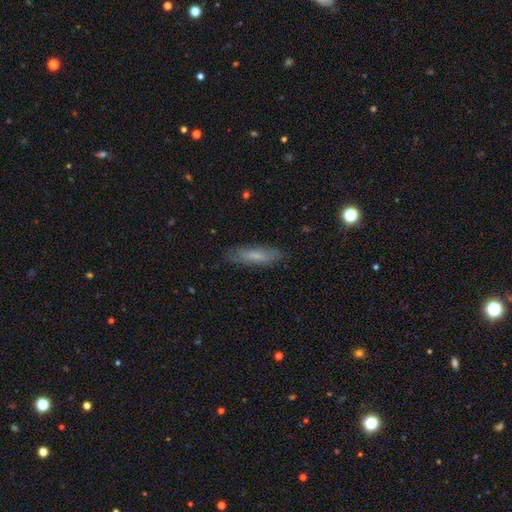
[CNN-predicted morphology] Q: Smooth or featured?
A: smooth (68%); runner-up: featured or disk (25%)
Q: How rounded?
A: cigar-shaped (68%); runner-up: in between (30%)
Q: Merging?
A: none (82%); runner-up: minor disturbance (14%)